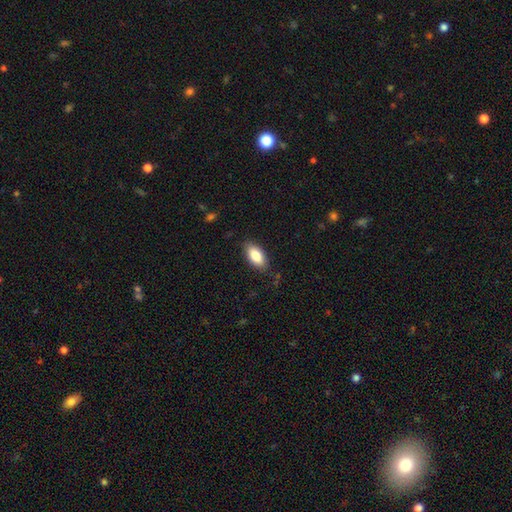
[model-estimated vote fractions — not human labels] The model was most divided on "merging": none: 84%, minor disturbance: 12%, major disturbance: 3%, merger: 1%. More confident: how rounded — in between (91%); smooth or featured — smooth (86%).